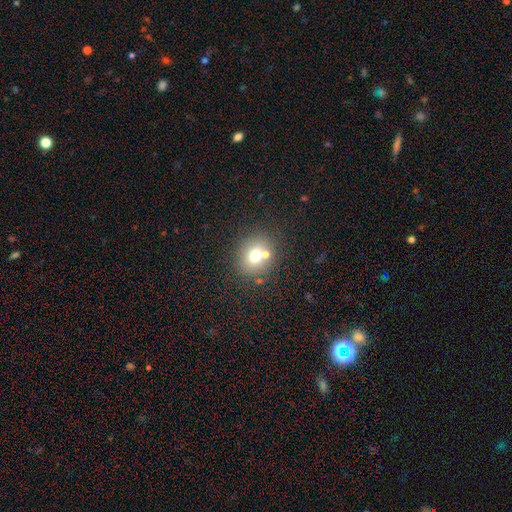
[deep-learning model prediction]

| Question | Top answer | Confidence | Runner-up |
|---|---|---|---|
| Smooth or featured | smooth | 69% | featured or disk (16%) |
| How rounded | round | 76% | in between (23%) |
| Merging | none | 67% | merger (19%) |